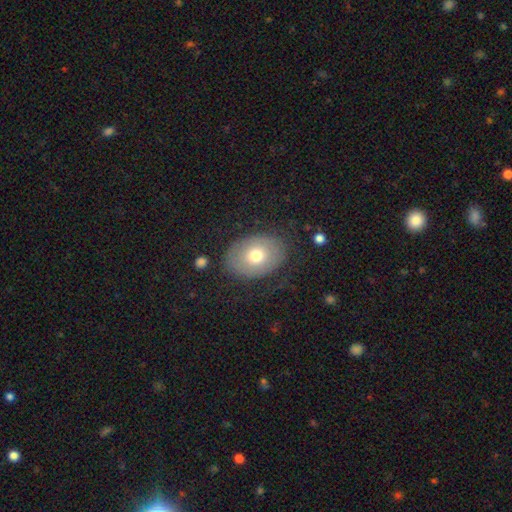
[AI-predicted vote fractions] A smooth galaxy with no disk features (64%) that is in between round and cigar-shaped (68%). Merging: none (74%).